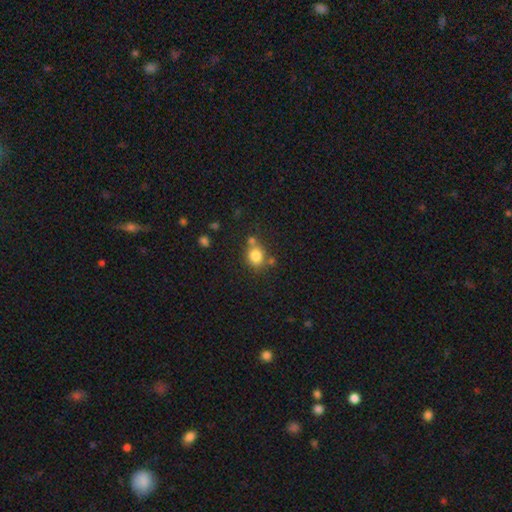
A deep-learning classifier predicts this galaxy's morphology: The model was most divided on "how rounded": round: 67%, in between: 32%, cigar-shaped: 1%. More confident: smooth or featured — smooth (80%); merging — none (61%).